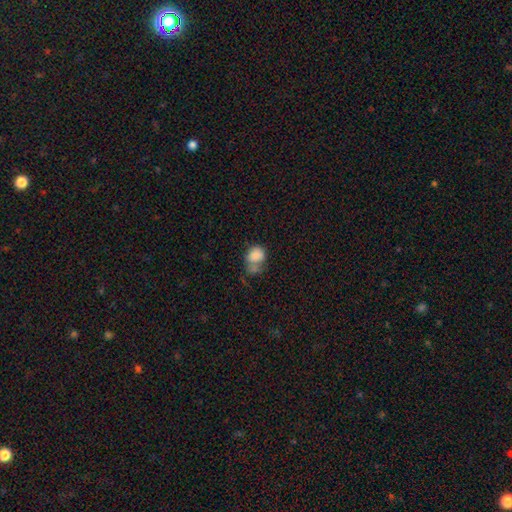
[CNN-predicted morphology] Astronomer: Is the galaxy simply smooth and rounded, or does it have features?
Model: smooth — 81%.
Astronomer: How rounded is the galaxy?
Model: round — 53% (runner-up: in between, 45%).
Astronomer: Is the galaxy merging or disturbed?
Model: merger — 35% (runner-up: none, 32%).